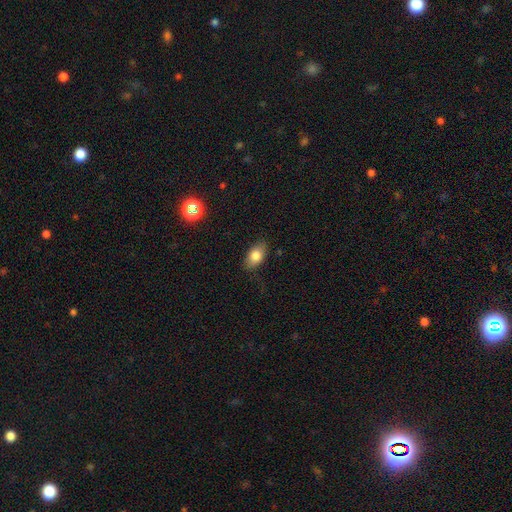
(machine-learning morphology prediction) Smooth or featured: smooth — 81% (featured or disk — 11%)
How rounded: in between — 88% (round — 9%)
Merging: none — 84% (minor disturbance — 12%)